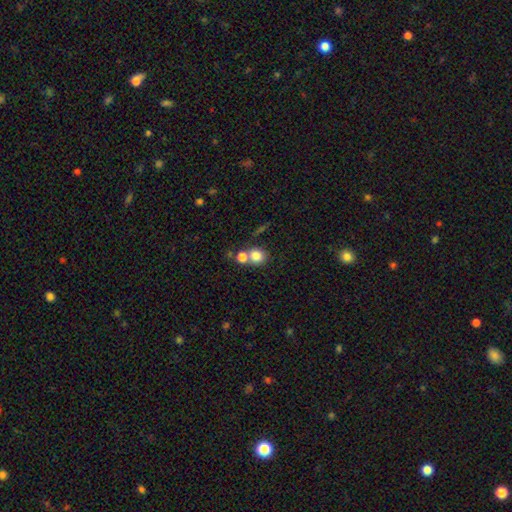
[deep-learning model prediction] Smooth or featured: smooth — 81% (star or artifact — 11%)
How rounded: round — 80% (in between — 19%)
Merging: none — 51% (merger — 37%)